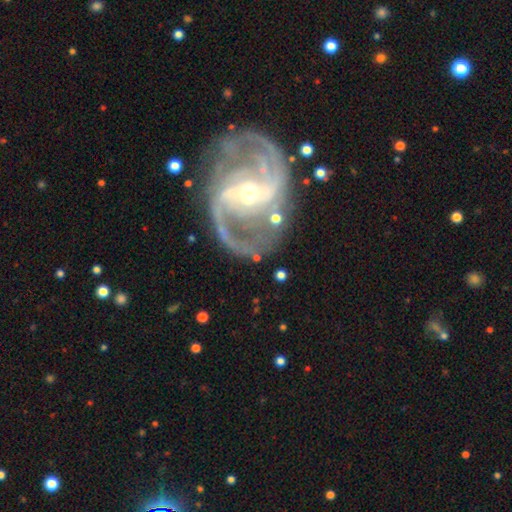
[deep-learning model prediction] This is clearly a featured or disk galaxy (89%). It is clearly not viewed edge-on (97%). Bar: marginally weak (39%). Spiral arm pattern: clearly yes (96%). Spiral arm count: likely 2 (72%). Spiral winding: possibly medium (53%). Central bulge: likely moderate (66%). Merging: likely none (65%).